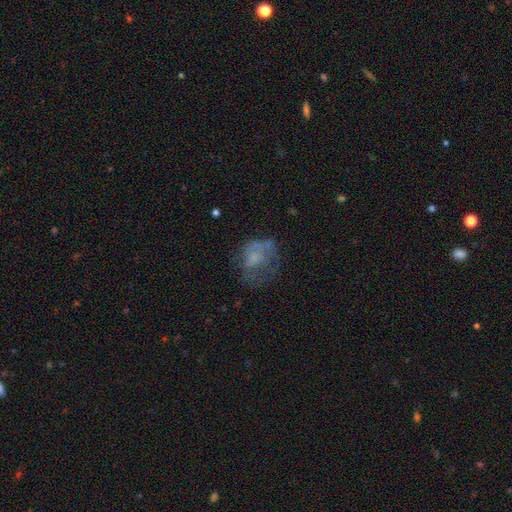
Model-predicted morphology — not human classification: smooth_or_featured: smooth (p=0.46) [alt: featured or disk p=0.40]
merging: none (p=0.38) [alt: major disturbance p=0.37]